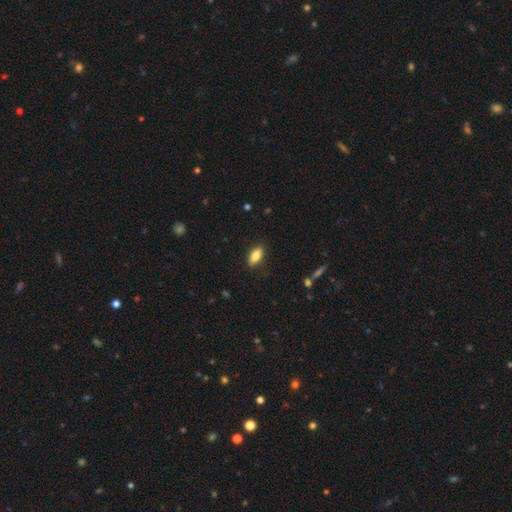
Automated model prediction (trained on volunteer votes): A smooth galaxy with no disk features (78%) that is in between round and cigar-shaped (79%). Merging: none (86%).